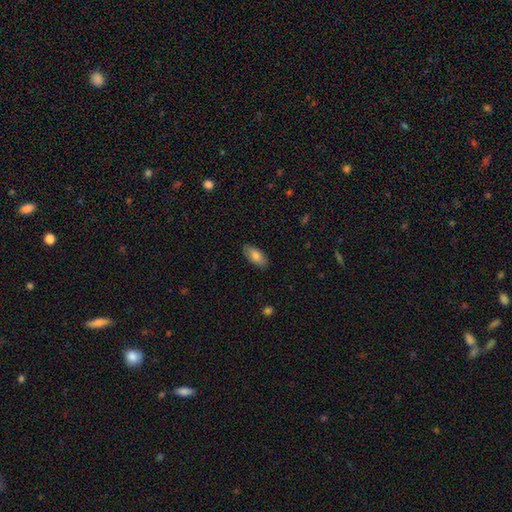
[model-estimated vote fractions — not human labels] smooth_or_featured: smooth (p=0.79) [alt: featured or disk p=0.15]
how_rounded: in between (p=0.91) [alt: cigar-shaped p=0.06]
merging: none (p=0.86) [alt: minor disturbance p=0.11]